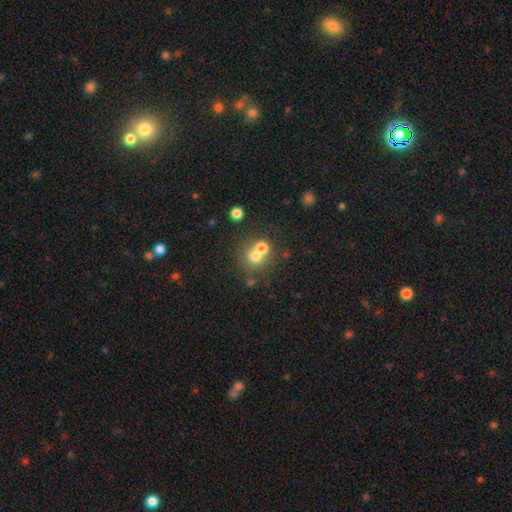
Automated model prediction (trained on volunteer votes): smooth 67%, featured or disk 17%, star or artifact 16%. Down the decision tree: how rounded — round (86%); merging — none (49%).